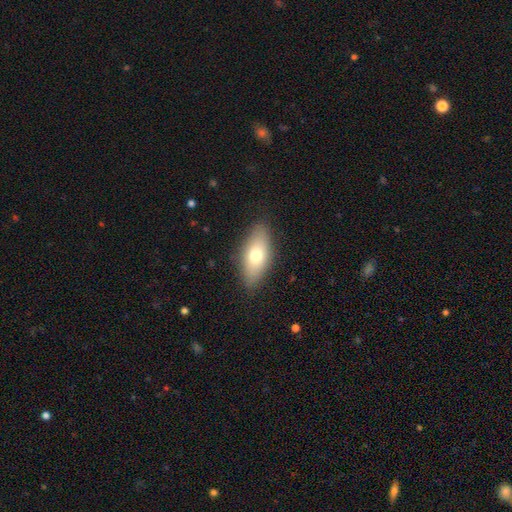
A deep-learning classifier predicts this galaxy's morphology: This appears to be a smooth galaxy with no disk features (70%) that is in between round and cigar-shaped (84%). Merging: none (84%).